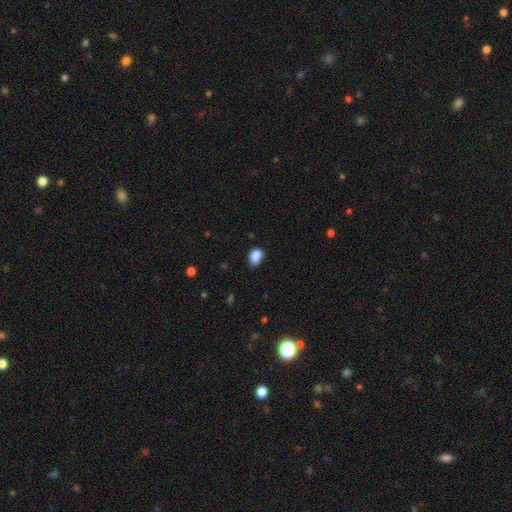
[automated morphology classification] A smooth galaxy with no disk features (88%) that is in between round and cigar-shaped (84%).

Vote fractions:
- Smooth or featured? smooth: 88% / star or artifact: 9% / featured or disk: 4%
- How rounded? in between: 84% / round: 15% / cigar-shaped: 1%
- Merging? none: 72% / minor disturbance: 22% / major disturbance: 4% / merger: 2%